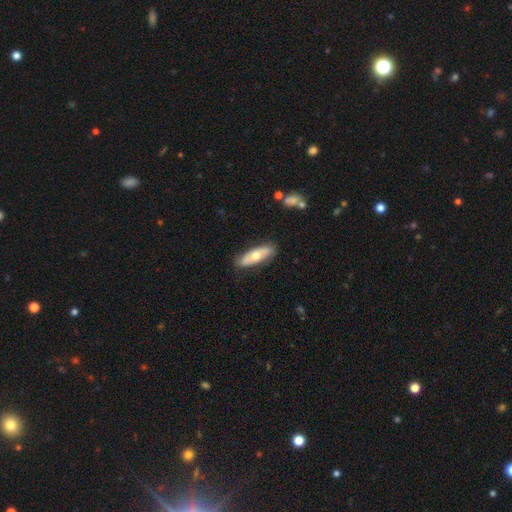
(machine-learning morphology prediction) This is possibly a smooth galaxy (56%). How rounded: likely in between (61%). Merging: clearly none (84%).